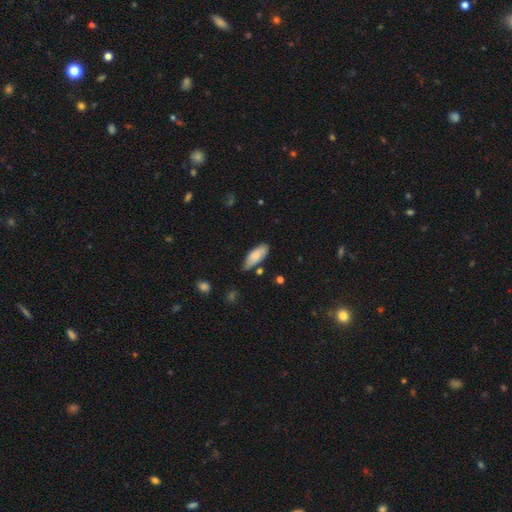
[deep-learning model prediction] smooth-or-featured: smooth: 81% | featured or disk: 13% | star or artifact: 6%
  how-rounded: in between: 78% | cigar-shaped: 21% | round: 2%
  merging: none: 65% | minor disturbance: 27% | major disturbance: 4% | merger: 4%